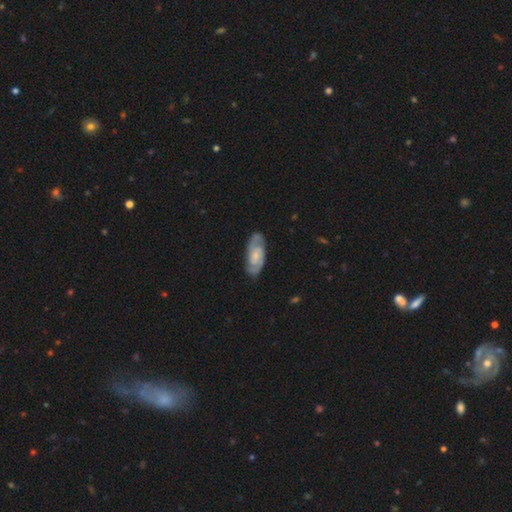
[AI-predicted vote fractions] A featured or disk galaxy (78%) with no bar (53%), 2 (87%) tight (46%) spiral arms (96%) and a small central bulge (46%). Merging: none (82%).